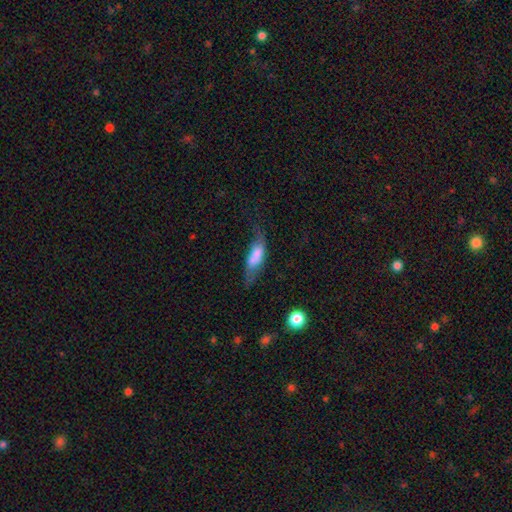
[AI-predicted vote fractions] Smooth or featured? Predicted: smooth (p=0.60). How rounded? Predicted: in between (p=0.63). Merging? Predicted: none (p=0.35).